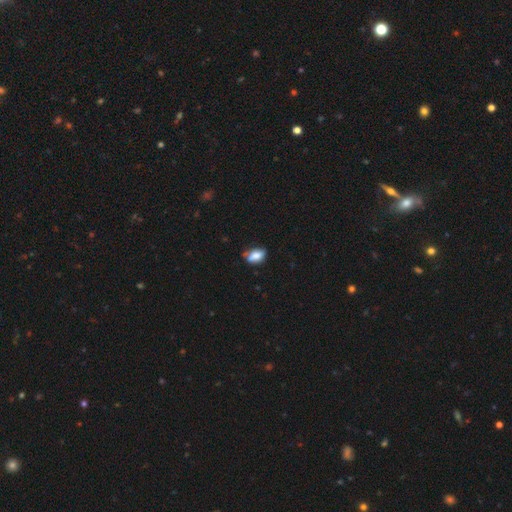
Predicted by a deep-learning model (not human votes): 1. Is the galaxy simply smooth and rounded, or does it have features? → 77% smooth, 15% featured or disk, 8% star or artifact.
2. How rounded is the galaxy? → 88% in between, 9% round, 3% cigar-shaped.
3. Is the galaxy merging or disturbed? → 54% none, 34% minor disturbance, 7% major disturbance, 5% merger.